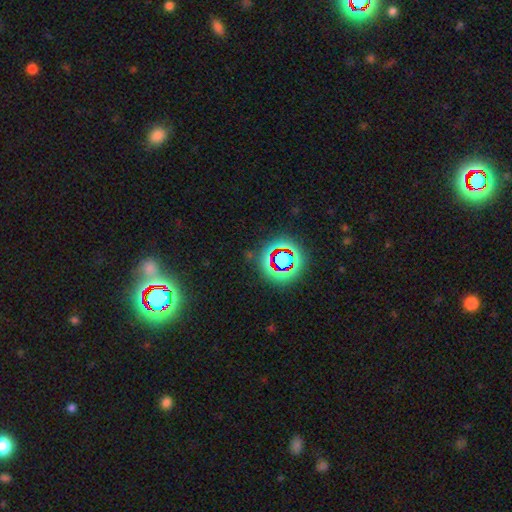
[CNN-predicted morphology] star or artifact 77%, smooth 14%, featured or disk 9%.